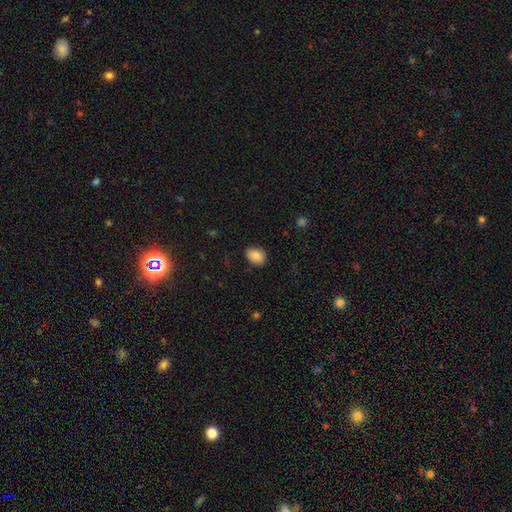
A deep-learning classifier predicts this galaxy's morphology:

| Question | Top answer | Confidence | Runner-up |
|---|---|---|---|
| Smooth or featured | smooth | 88% | star or artifact (8%) |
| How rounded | in between | 80% | round (19%) |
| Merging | none | 83% | minor disturbance (13%) |